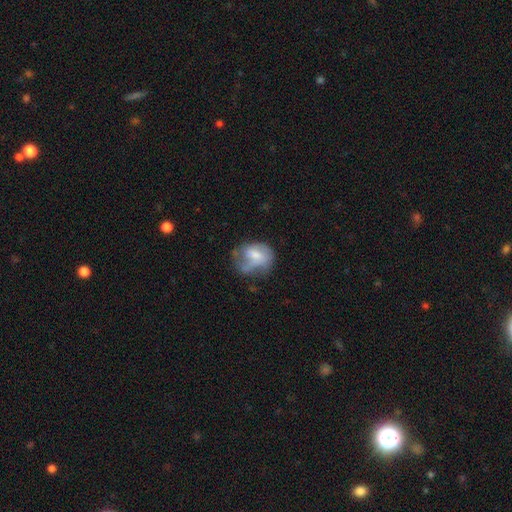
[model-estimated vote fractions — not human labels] Smooth or featured?
  - smooth: 49% *
  - featured or disk: 42%
  - star or artifact: 8%
Merging?
  - none: 33% *
  - major disturbance: 32%
  - minor disturbance: 29%
  - merger: 7%